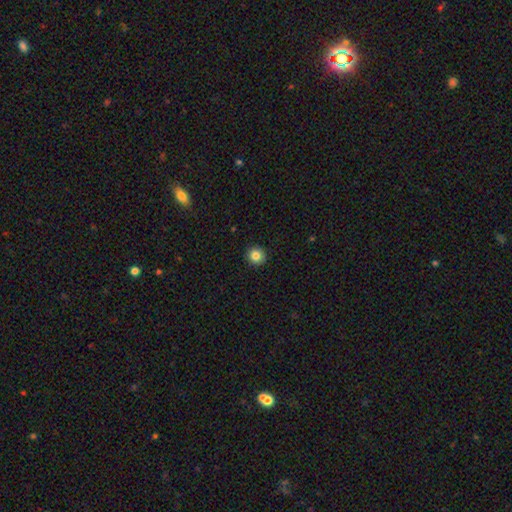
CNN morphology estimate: The model was most divided on "smooth or featured": smooth: 84%, star or artifact: 10%, featured or disk: 6%. More confident: how rounded — round (93%); merging — none (93%).